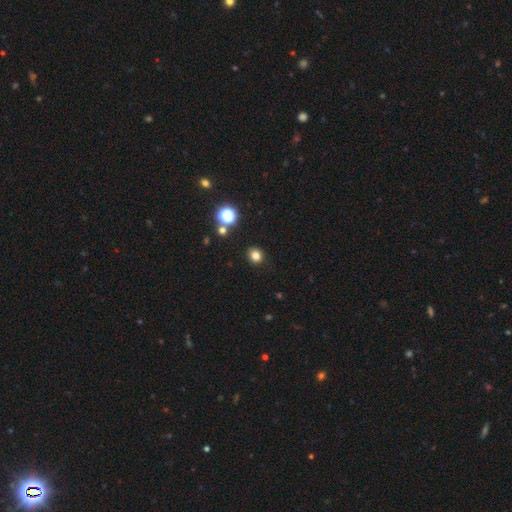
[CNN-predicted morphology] Q: Smooth or featured?
A: smooth (79%); runner-up: star or artifact (16%)
Q: How rounded?
A: round (81%); runner-up: in between (18%)
Q: Merging?
A: none (90%); runner-up: minor disturbance (6%)